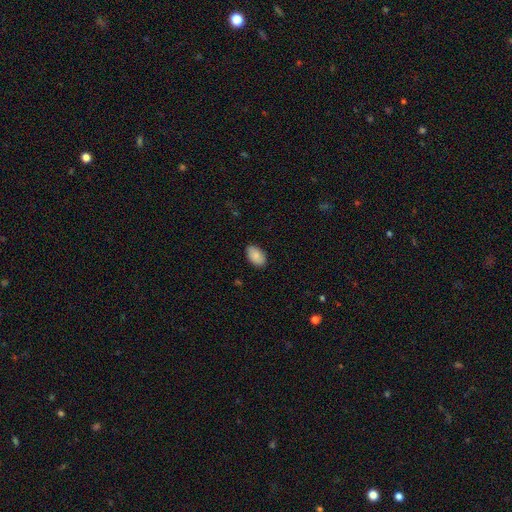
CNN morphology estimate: A smooth galaxy with no disk features (87%) that is in between round and cigar-shaped (93%).

Vote fractions:
- Smooth or featured? smooth: 87% / star or artifact: 7% / featured or disk: 6%
- How rounded? in between: 93% / round: 6% / cigar-shaped: 1%
- Merging? none: 86% / minor disturbance: 11% / major disturbance: 2% / merger: 1%